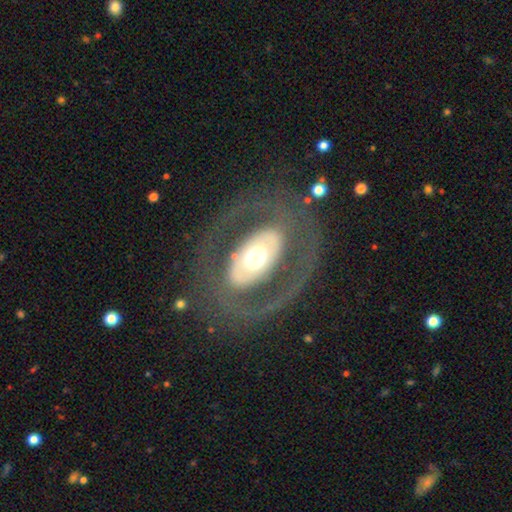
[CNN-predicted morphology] Q: Smooth or featured?
A: featured or disk (71%); runner-up: smooth (22%)
Q: Edge-on disk?
A: no (93%); runner-up: yes (7%)
Q: Bar?
A: no (58%); runner-up: strong (22%)
Q: Spiral arms?
A: no (65%); runner-up: yes (35%)
Q: Bulge size?
A: moderate (53%); runner-up: large (32%)
Q: Merging?
A: none (76%); runner-up: minor disturbance (12%)